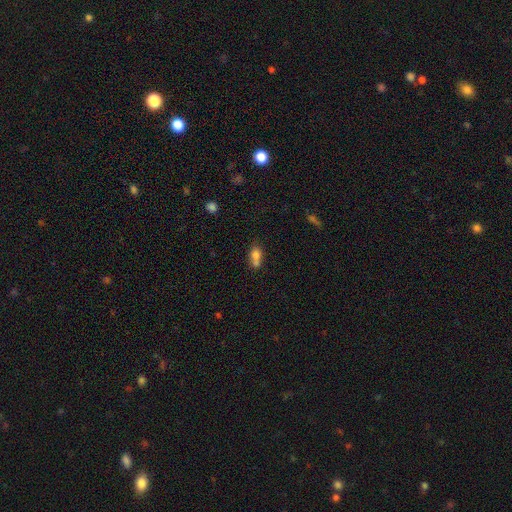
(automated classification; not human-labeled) smooth_or_featured: smooth (p=0.73) [alt: featured or disk p=0.16]
how_rounded: in between (p=0.67) [alt: round p=0.26]
merging: merger (p=0.49) [alt: none p=0.33]